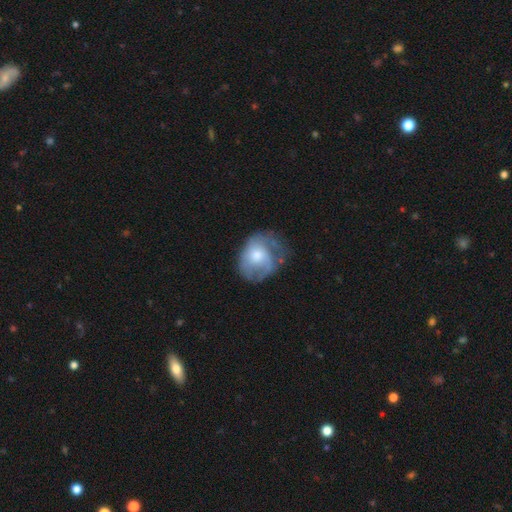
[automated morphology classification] This is possibly a featured or disk galaxy (55%). It is clearly not viewed edge-on (97%). Bar: likely no (79%). Spiral arm pattern: likely yes (65%). Central bulge: possibly moderate (60%). Merging: possibly none (46%).